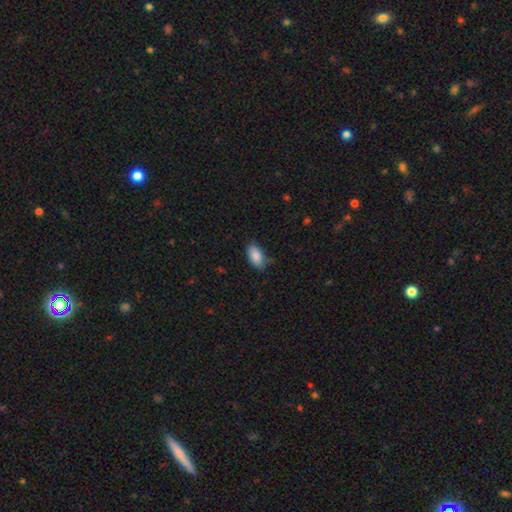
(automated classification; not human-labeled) A smooth galaxy with no disk features (88%) that is in between round and cigar-shaped (93%).

Vote fractions:
- Smooth or featured? smooth: 88% / star or artifact: 7% / featured or disk: 5%
- How rounded? in between: 93% / cigar-shaped: 4% / round: 3%
- Merging? none: 76% / minor disturbance: 19% / major disturbance: 3% / merger: 1%